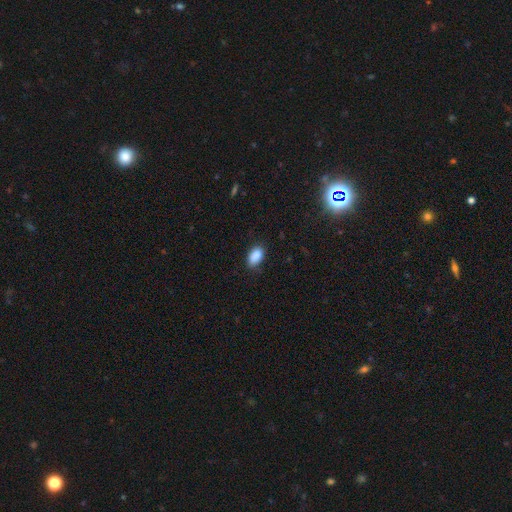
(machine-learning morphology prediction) Smooth or featured? Predicted: smooth (p=0.88). How rounded? Predicted: in between (p=0.91). Merging? Predicted: none (p=0.76).